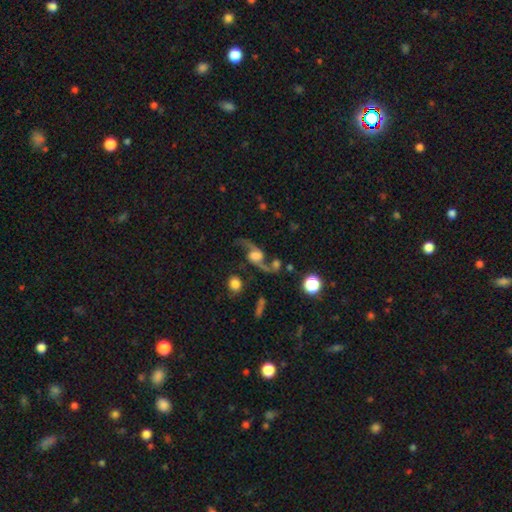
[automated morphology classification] Smooth or featured: featured or disk — 85% (smooth — 8%)
Edge-on disk: no — 93% (yes — 7%)
Bar: no — 56% (weak — 33%)
Spiral arms: yes — 96% (no — 4%)
Spiral winding: loose — 88% (medium — 10%)
Spiral arm count: 2 — 94% (1 — 2%)
Bulge size: large — 41% (moderate — 24%)
Merging: none — 67% (minor disturbance — 14%)